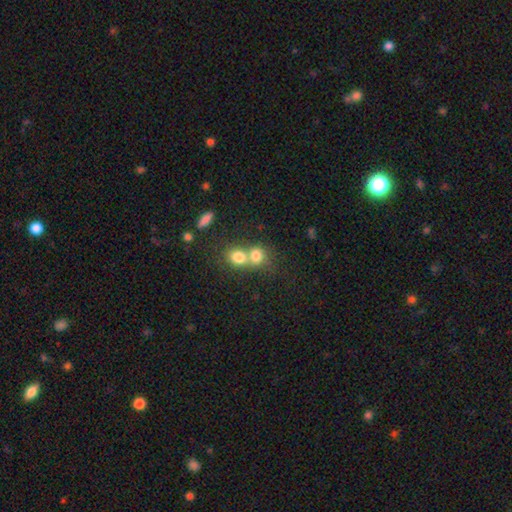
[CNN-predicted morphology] A smooth galaxy with no disk features (77%) that is round (71%). Merging: merger (63%).